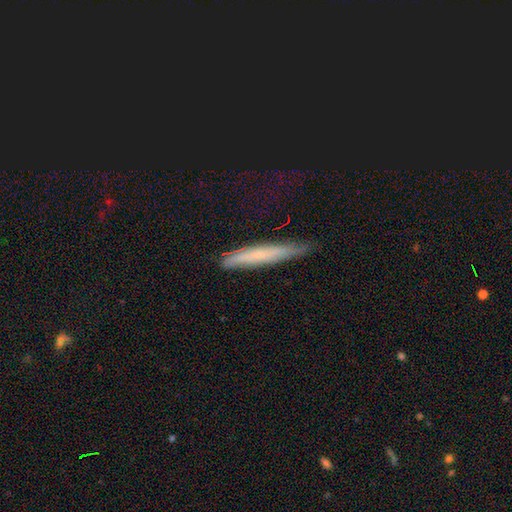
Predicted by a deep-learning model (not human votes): Smooth or featured? smooth (57%)
How rounded? cigar-shaped (95%)
Merging? none (71%)